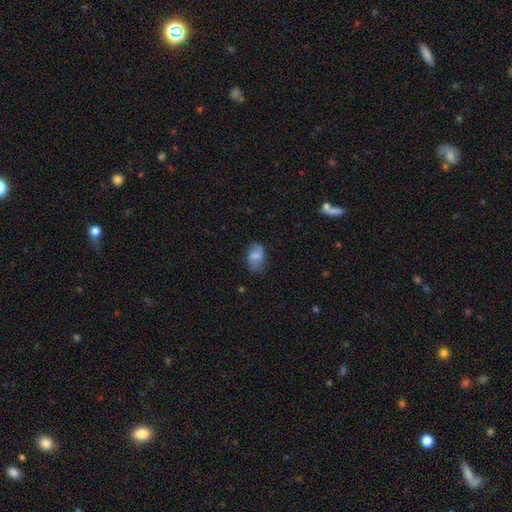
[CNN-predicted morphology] This is likely a smooth galaxy (74%). How rounded: clearly in between (87%). Merging: likely none (65%).